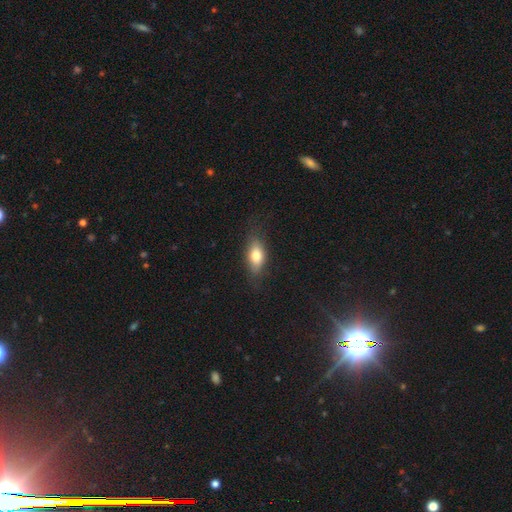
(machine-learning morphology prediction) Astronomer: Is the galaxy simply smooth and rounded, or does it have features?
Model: smooth — 73%.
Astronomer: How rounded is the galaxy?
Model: in between — 78%.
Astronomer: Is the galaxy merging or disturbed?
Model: none — 78%.